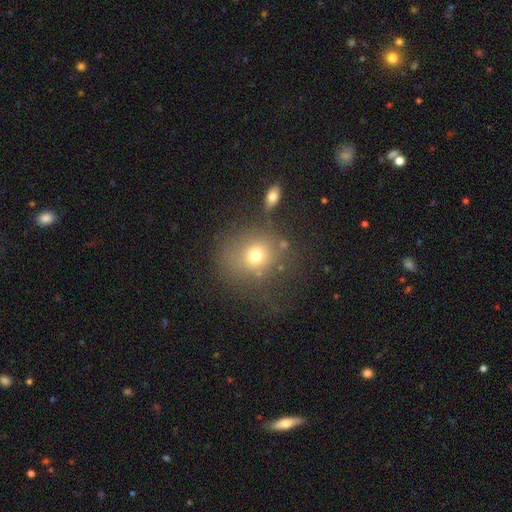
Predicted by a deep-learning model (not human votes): Smooth or featured: smooth — 70% (star or artifact — 16%)
How rounded: round — 75% (in between — 24%)
Merging: none — 67% (minor disturbance — 15%)